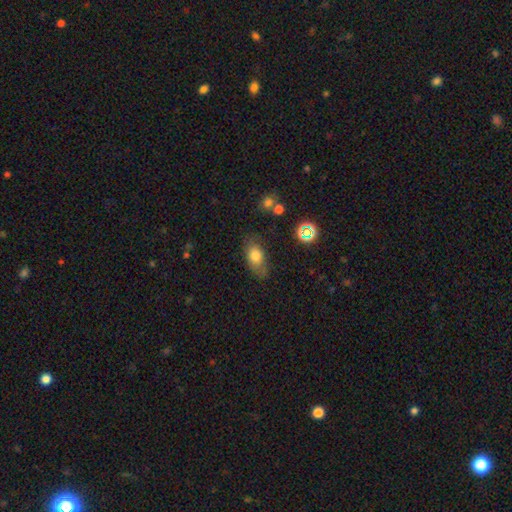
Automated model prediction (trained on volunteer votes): A smooth galaxy with no disk features (73%) that is in between round and cigar-shaped (83%). Merging: none (69%).